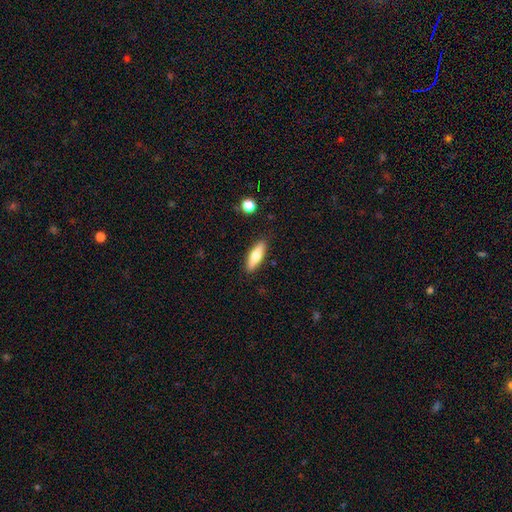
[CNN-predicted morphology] Smooth or featured? Predicted: smooth (p=0.62). How rounded? Predicted: cigar-shaped (p=0.56). Merging? Predicted: none (p=0.88).